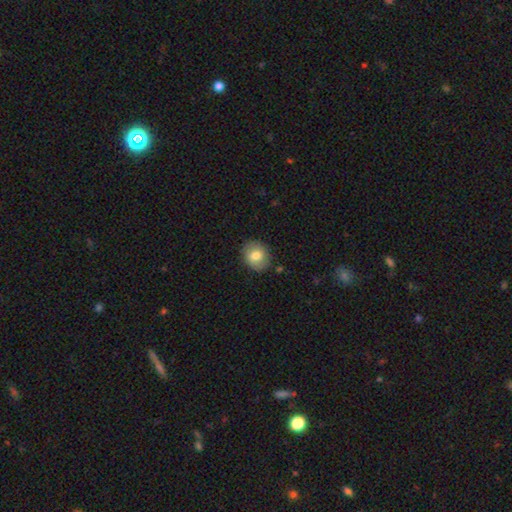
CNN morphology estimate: smooth-or-featured: smooth: 76% | featured or disk: 16% | star or artifact: 8%
  how-rounded: round: 62% | in between: 37% | cigar-shaped: 1%
  merging: none: 84% | minor disturbance: 11% | major disturbance: 3% | merger: 1%